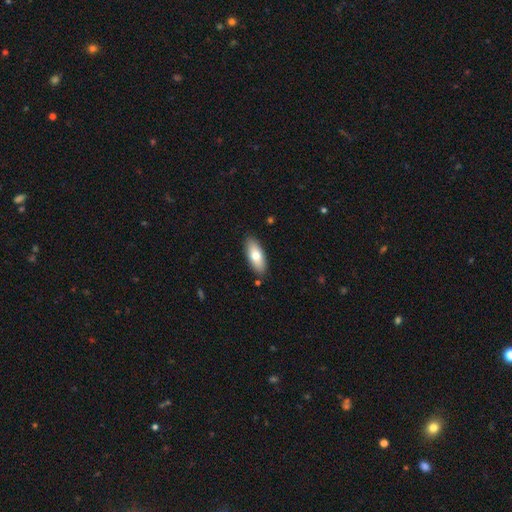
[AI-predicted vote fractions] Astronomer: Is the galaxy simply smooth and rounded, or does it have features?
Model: smooth — 74%.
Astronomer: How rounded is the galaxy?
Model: in between — 80%.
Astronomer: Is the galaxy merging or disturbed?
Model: none — 87%.